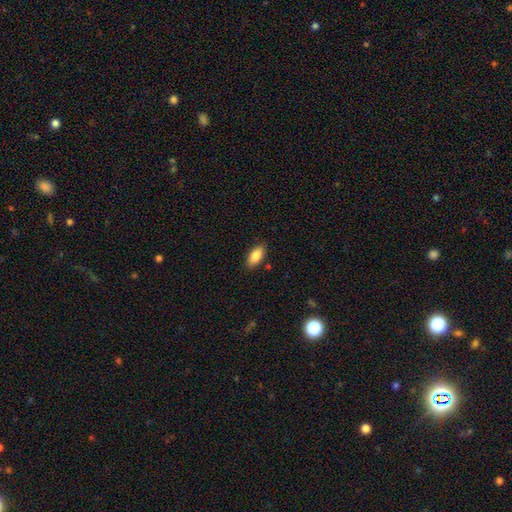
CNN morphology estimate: This appears to be a smooth galaxy with no disk features (87%) that is in between round and cigar-shaped (91%). Merging: none (86%).